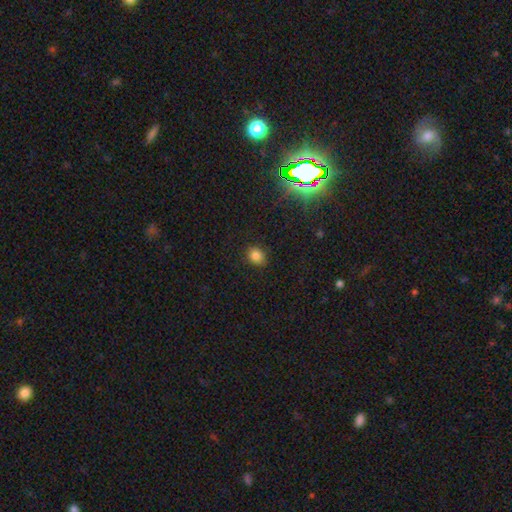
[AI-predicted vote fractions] Smooth or featured: smooth — 82% (star or artifact — 13%)
How rounded: round — 61% (in between — 38%)
Merging: none — 86% (minor disturbance — 10%)